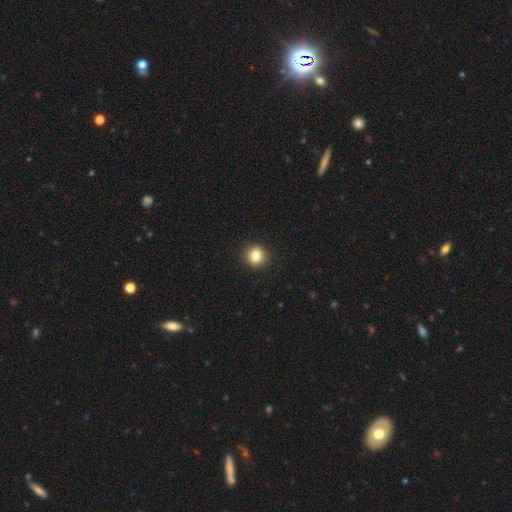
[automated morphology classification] Overall: smooth (83%). How rounded: round (87%). Merging: none (91%).